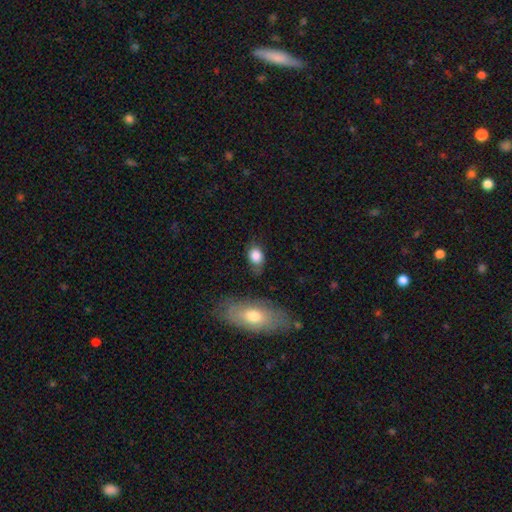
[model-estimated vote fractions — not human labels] smooth-or-featured: smooth: 83% | featured or disk: 9% | star or artifact: 8%
  how-rounded: in between: 70% | round: 28% | cigar-shaped: 2%
  merging: none: 58% | minor disturbance: 27% | major disturbance: 9% | merger: 6%